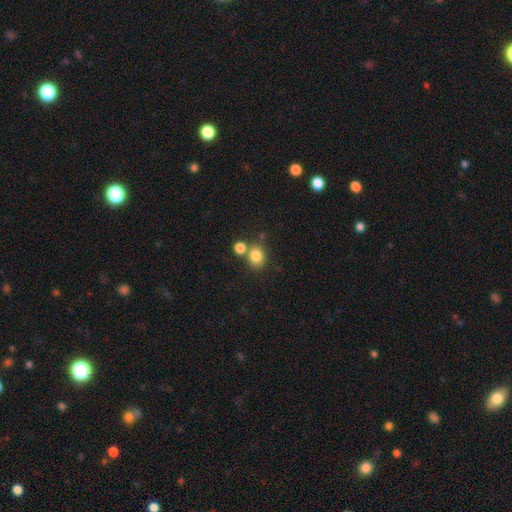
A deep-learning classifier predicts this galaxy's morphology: Smooth or featured? smooth (81%)
How rounded? round (63%)
Merging? none (62%)